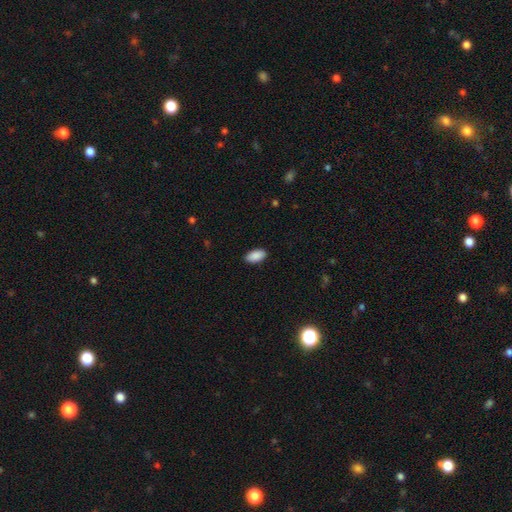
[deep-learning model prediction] Smooth or featured? smooth (90%)
How rounded? in between (94%)
Merging? none (89%)